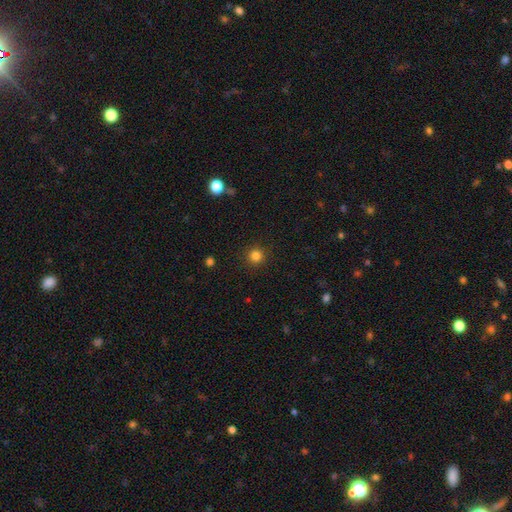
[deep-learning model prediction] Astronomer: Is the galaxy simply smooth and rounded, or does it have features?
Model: smooth — 83%.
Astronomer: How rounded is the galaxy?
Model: round — 95%.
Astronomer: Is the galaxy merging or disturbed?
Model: none — 92%.